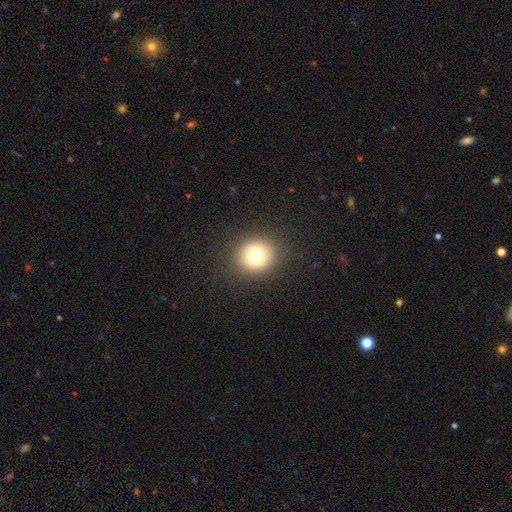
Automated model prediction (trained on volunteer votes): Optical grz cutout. It shows a smooth galaxy with no disk features (75%) that is round (83%). Merging: none (88%).